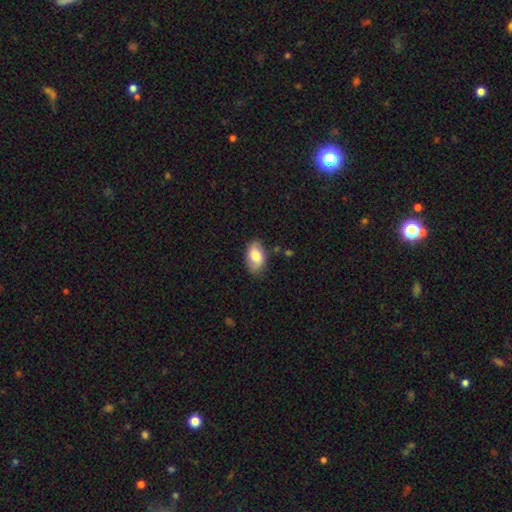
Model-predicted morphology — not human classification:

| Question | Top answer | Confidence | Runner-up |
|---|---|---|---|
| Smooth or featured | smooth | 68% | featured or disk (25%) |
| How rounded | in between | 91% | round (7%) |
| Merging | none | 78% | minor disturbance (17%) |